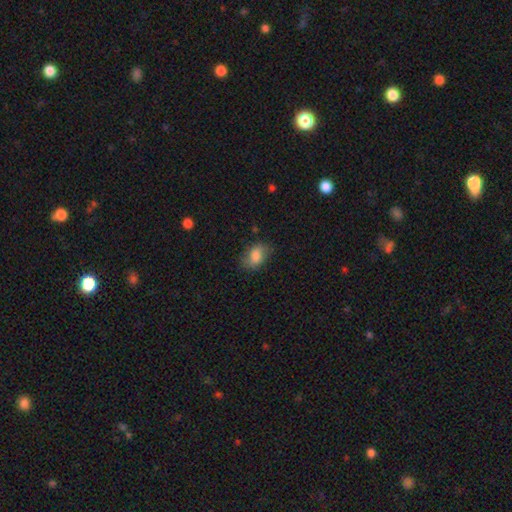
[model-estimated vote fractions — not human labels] A smooth galaxy with no disk features (79%) that is in between round and cigar-shaped (83%). Merging: none (73%).